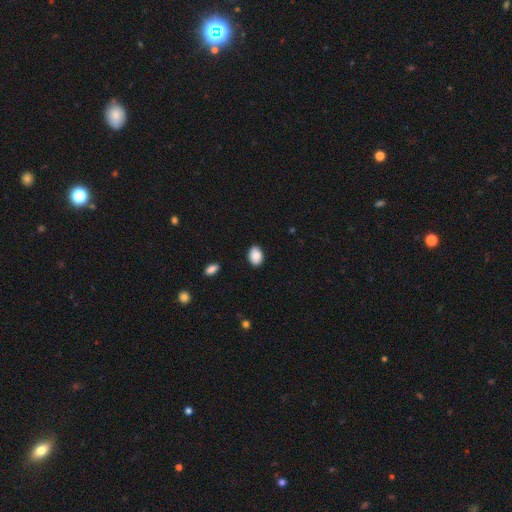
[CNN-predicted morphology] Smooth or featured: smooth — 89% (star or artifact — 7%)
How rounded: in between — 83% (round — 16%)
Merging: none — 88% (minor disturbance — 9%)